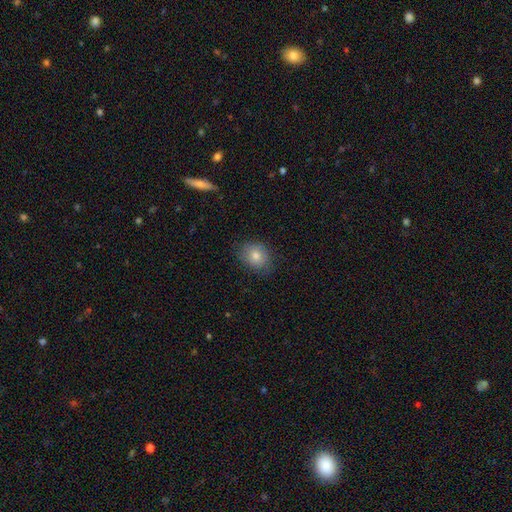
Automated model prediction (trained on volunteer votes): smooth-or-featured: smooth: 77% | featured or disk: 12% | star or artifact: 10%
  how-rounded: round: 56% | in between: 43% | cigar-shaped: 1%
  merging: none: 80% | minor disturbance: 15% | major disturbance: 4% | merger: 1%